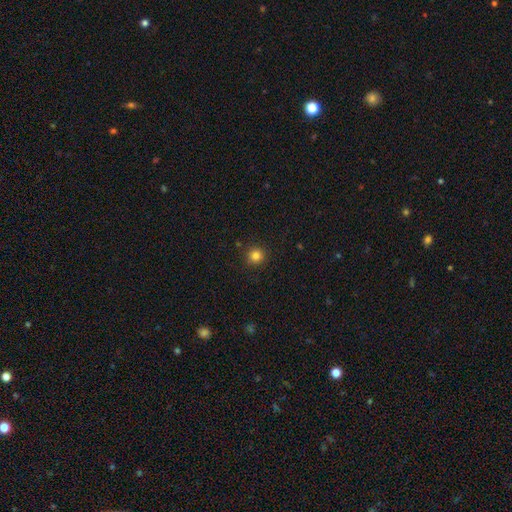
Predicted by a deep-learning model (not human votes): Morphology: type=smooth (82%); roundness=round (94%); merging=none (91%).